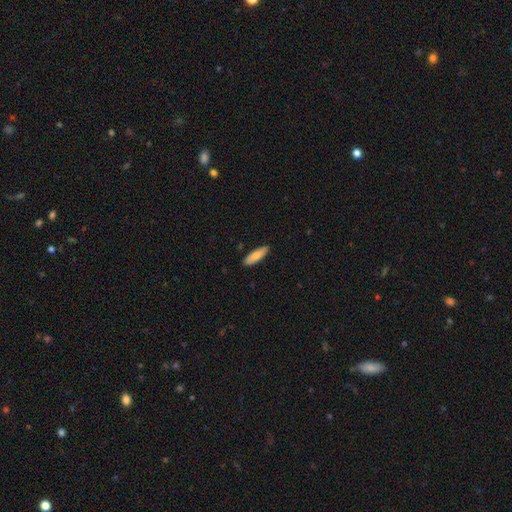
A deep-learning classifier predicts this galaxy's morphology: Smooth or featured: smooth — 82% (featured or disk — 12%)
How rounded: cigar-shaped — 54% (in between — 45%)
Merging: none — 88% (minor disturbance — 9%)